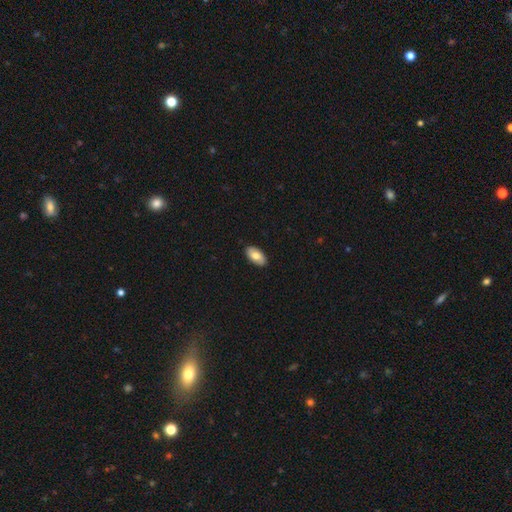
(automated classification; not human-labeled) smooth_or_featured: smooth (p=0.75) [alt: featured or disk p=0.19]
how_rounded: in between (p=0.95) [alt: round p=0.03]
merging: none (p=0.89) [alt: minor disturbance p=0.08]